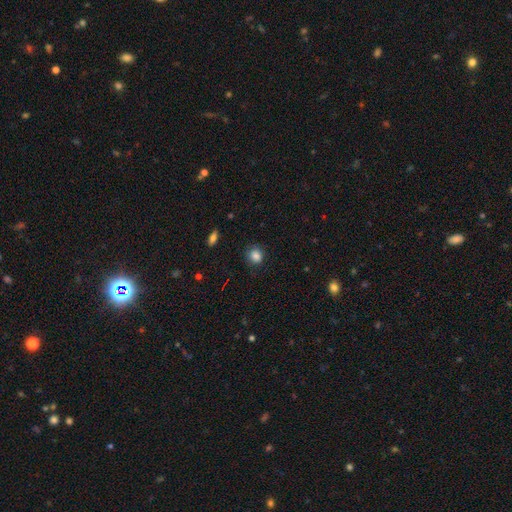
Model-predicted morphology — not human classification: The model was most divided on "how rounded": round: 74%, in between: 24%, cigar-shaped: 1%. More confident: smooth or featured — smooth (85%); merging — none (81%).